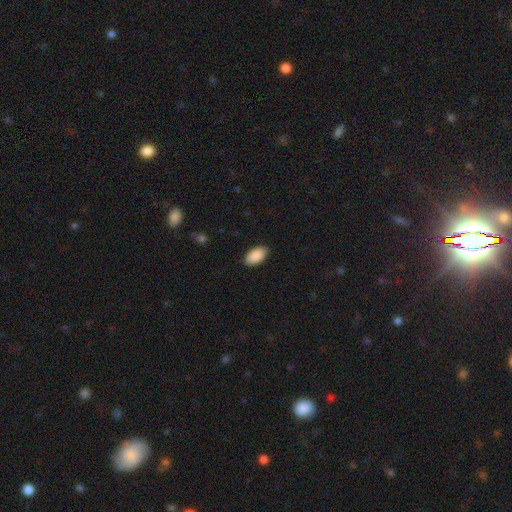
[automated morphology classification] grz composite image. It shows a smooth galaxy with no disk features (91%) that is in between round and cigar-shaped (95%). Merging: none (88%).